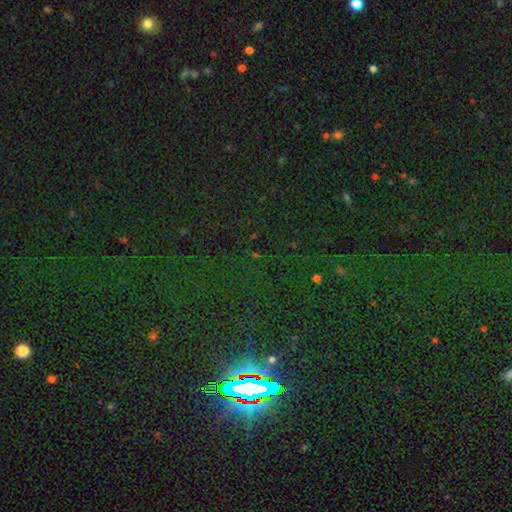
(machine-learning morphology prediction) Smooth or featured: star or artifact — 79% (smooth — 14%)